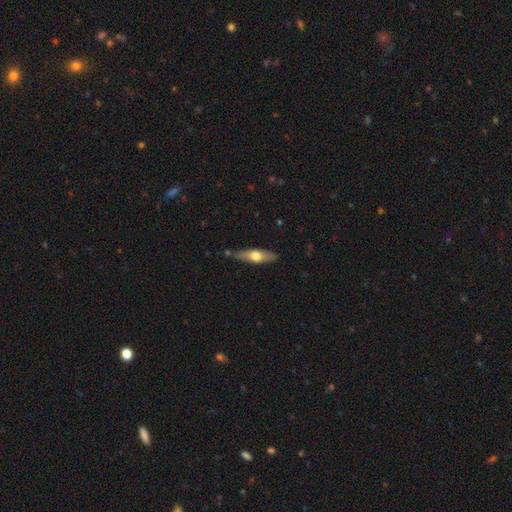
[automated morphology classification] Smooth or featured? Predicted: smooth (p=0.51). How rounded? Predicted: cigar-shaped (p=0.62). Merging? Predicted: none (p=0.82).